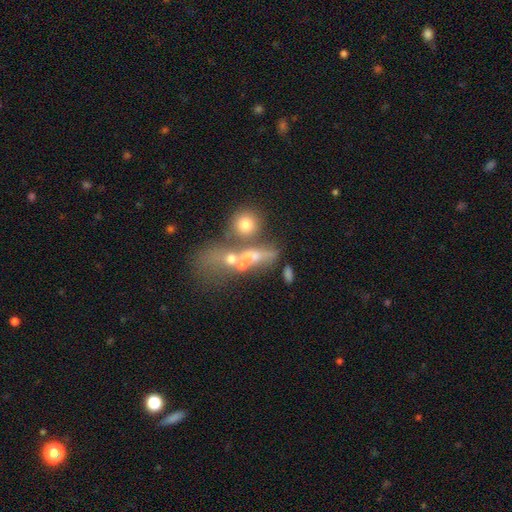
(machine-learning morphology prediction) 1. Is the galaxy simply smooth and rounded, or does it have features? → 53% smooth, 30% featured or disk, 18% star or artifact.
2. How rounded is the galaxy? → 45% in between, 35% round, 21% cigar-shaped.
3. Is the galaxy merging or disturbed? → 48% merger, 27% none, 14% major disturbance, 11% minor disturbance.